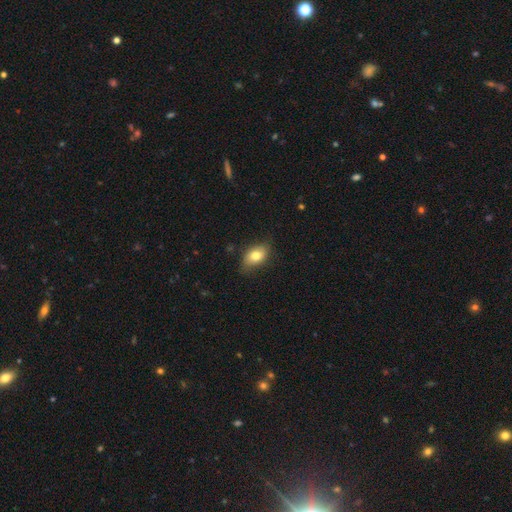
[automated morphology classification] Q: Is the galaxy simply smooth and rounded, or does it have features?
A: smooth — 77%.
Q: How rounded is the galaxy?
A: in between — 86%.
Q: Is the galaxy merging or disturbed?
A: none — 76%.